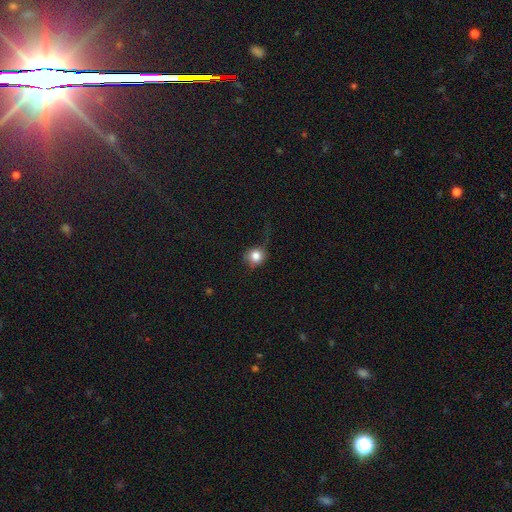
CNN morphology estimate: This is clearly a smooth galaxy (81%). How rounded: clearly round (86%). Merging: possibly none (57%).